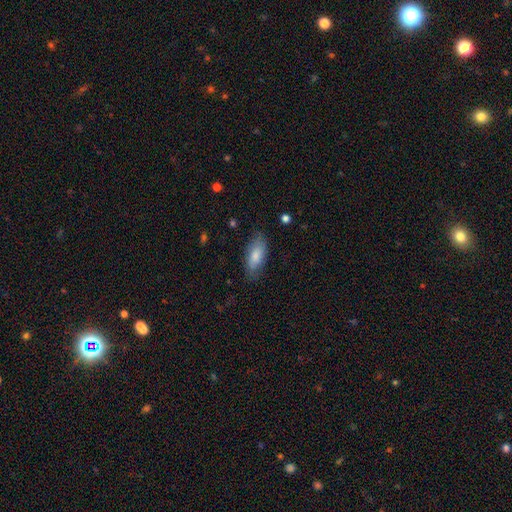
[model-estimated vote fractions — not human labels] This is likely a smooth galaxy (79%). How rounded: clearly in between (85%). Merging: likely none (76%).